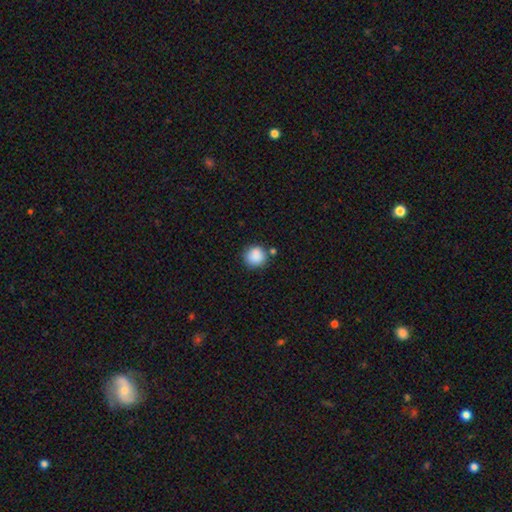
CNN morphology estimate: This is clearly a smooth galaxy (88%). How rounded: clearly round (91%). Merging: likely none (79%).